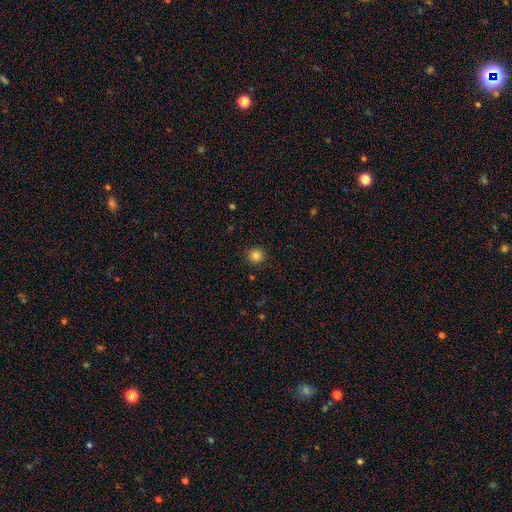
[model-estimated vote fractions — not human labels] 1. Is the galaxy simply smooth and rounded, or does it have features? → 83% smooth, 12% star or artifact, 5% featured or disk.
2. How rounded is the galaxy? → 92% round, 7% in between, 1% cigar-shaped.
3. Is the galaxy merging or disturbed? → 90% none, 7% minor disturbance, 2% major disturbance, 1% merger.